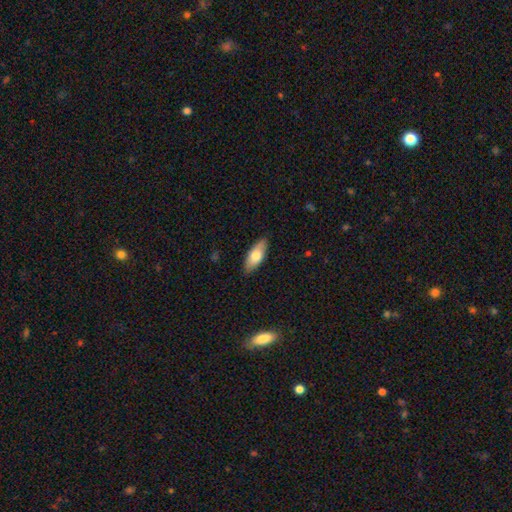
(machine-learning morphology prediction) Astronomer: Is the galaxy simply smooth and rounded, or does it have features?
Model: smooth — 72%.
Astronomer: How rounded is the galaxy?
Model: in between — 77%.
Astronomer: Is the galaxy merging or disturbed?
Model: none — 87%.